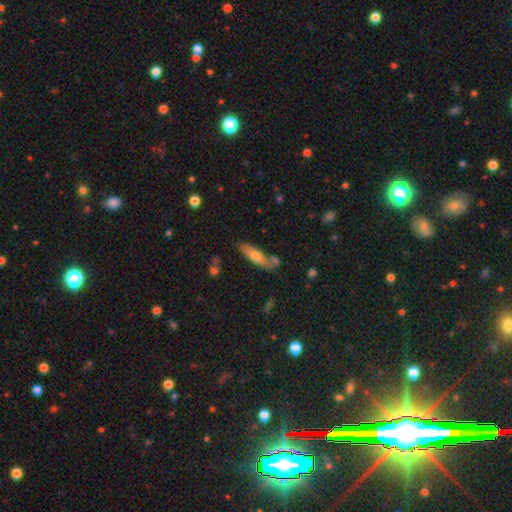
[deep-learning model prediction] smooth_or_featured: smooth (p=0.61) [alt: featured or disk p=0.32]
how_rounded: cigar-shaped (p=0.60) [alt: in between p=0.38]
merging: none (p=0.64) [alt: minor disturbance p=0.18]